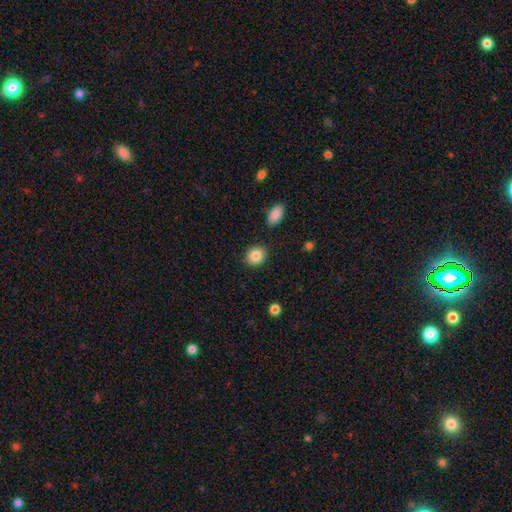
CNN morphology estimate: Overall: smooth (86%). How rounded: round (75%). Merging: none (88%).